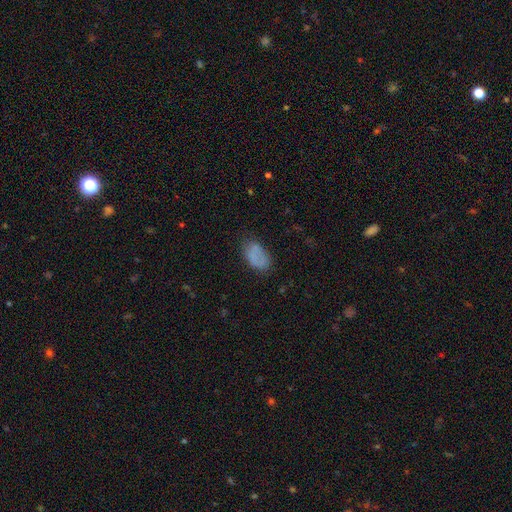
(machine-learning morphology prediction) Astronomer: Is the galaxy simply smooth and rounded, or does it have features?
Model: smooth — 76%.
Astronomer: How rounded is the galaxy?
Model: in between — 92%.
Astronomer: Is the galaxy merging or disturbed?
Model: none — 66%.